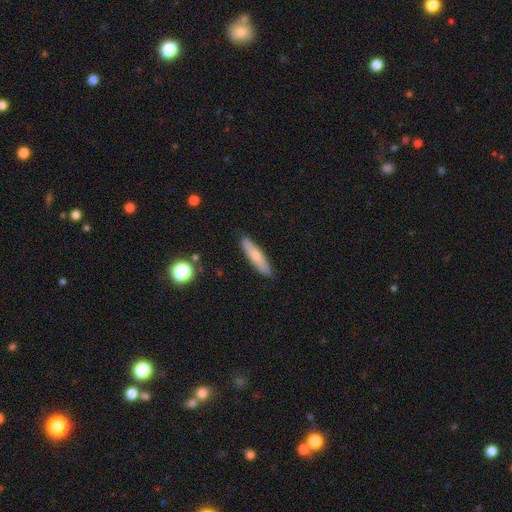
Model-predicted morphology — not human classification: Smooth or featured?
  - smooth: 69% *
  - featured or disk: 25%
  - star or artifact: 6%
How rounded?
  - cigar-shaped: 80% *
  - in between: 18%
  - round: 2%
Merging?
  - none: 86% *
  - minor disturbance: 10%
  - major disturbance: 2%
  - merger: 1%